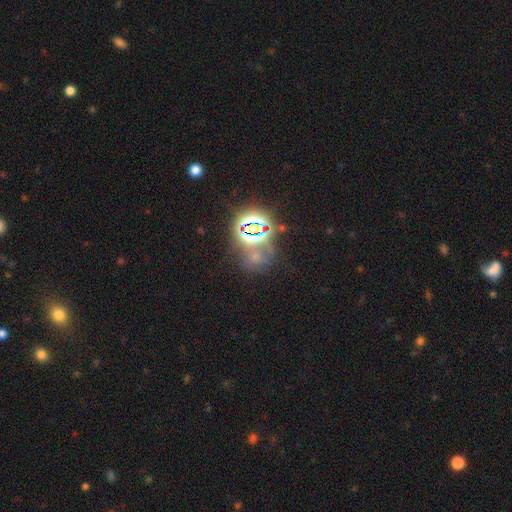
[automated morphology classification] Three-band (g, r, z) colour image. It shows a star or artifact, not a galaxy (62%).